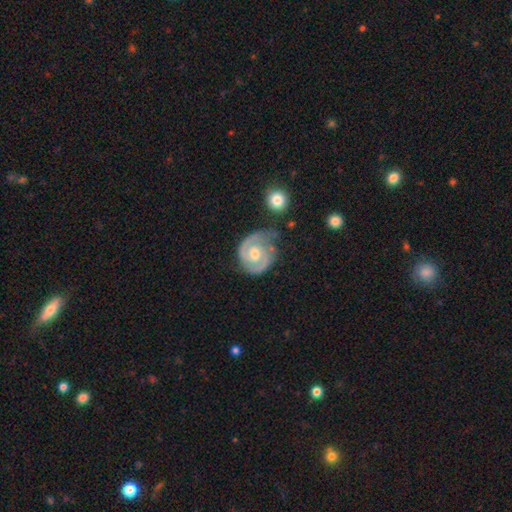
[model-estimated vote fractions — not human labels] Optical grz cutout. It shows a featured or disk galaxy (89%) with no bar (60%), 2 (86%) tight (57%) spiral arms (97%) and a moderate central bulge (71%). Merging: none (65%).